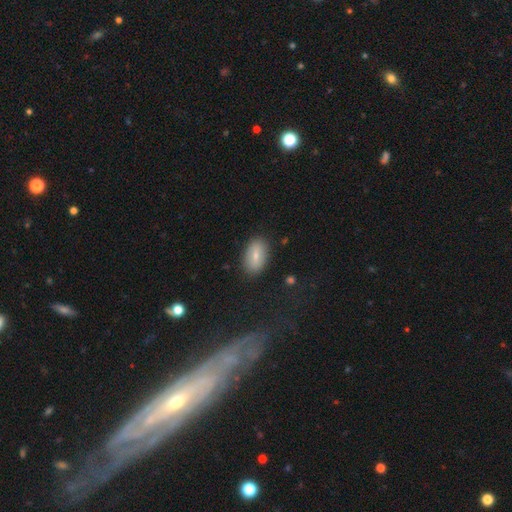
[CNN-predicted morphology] smooth 70%, featured or disk 22%, star or artifact 8%. Down the decision tree: how rounded — in between (91%); merging — none (86%).